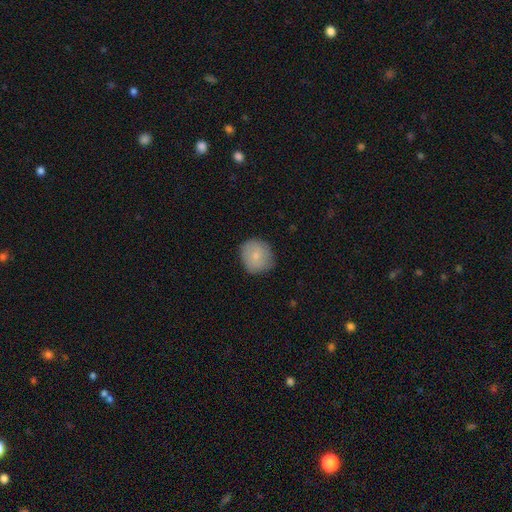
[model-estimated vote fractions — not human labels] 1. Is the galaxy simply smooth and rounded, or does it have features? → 74% smooth, 19% featured or disk, 7% star or artifact.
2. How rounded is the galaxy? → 84% round, 15% in between, 1% cigar-shaped.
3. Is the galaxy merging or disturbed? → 79% none, 16% minor disturbance, 3% major disturbance, 1% merger.